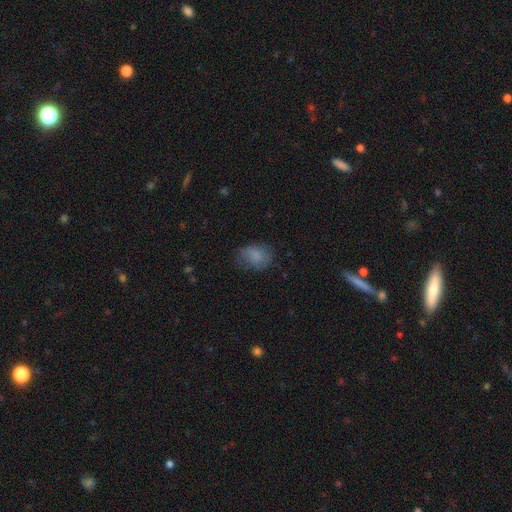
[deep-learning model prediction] Q: Smooth or featured?
A: smooth (79%); runner-up: featured or disk (12%)
Q: How rounded?
A: in between (63%); runner-up: round (36%)
Q: Merging?
A: none (59%); runner-up: minor disturbance (27%)